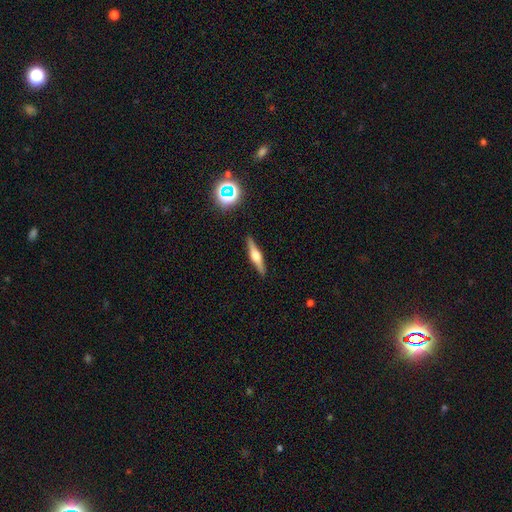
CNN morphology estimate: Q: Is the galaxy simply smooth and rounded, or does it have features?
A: featured or disk — 63%.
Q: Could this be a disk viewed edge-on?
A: yes — 97%.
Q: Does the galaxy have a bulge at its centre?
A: rounded — 88%.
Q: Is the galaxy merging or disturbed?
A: none — 90%.